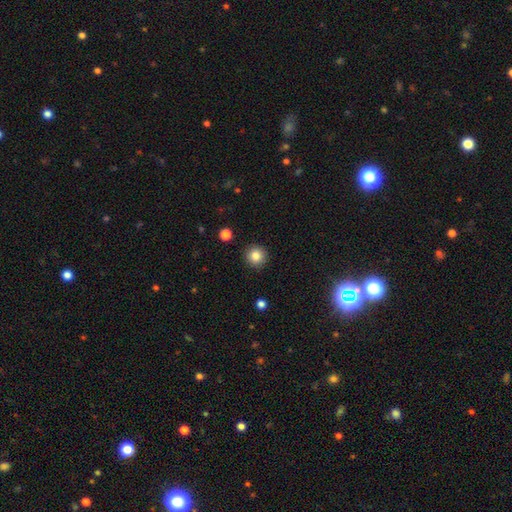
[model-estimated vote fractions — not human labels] The model was most divided on "smooth or featured": smooth: 84%, star or artifact: 10%, featured or disk: 6%. More confident: how rounded — round (95%); merging — none (92%).